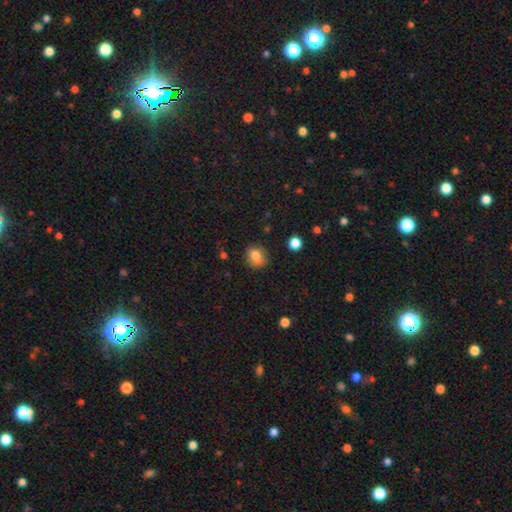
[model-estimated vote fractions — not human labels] smooth_or_featured: smooth (p=0.81) [alt: star or artifact p=0.11]
how_rounded: round (p=0.67) [alt: in between p=0.32]
merging: none (p=0.74) [alt: minor disturbance p=0.18]